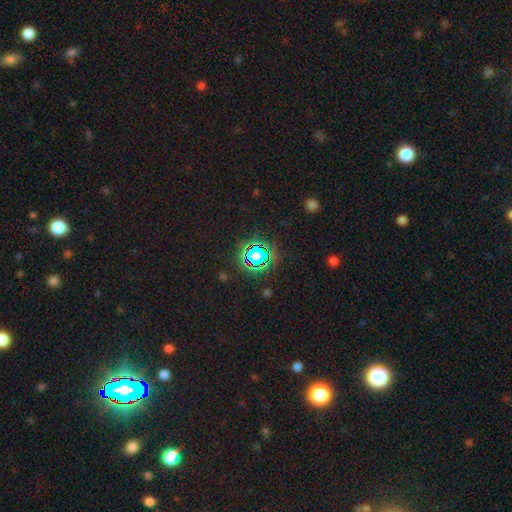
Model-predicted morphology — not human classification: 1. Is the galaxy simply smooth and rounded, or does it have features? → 68% star or artifact, 22% smooth, 11% featured or disk.